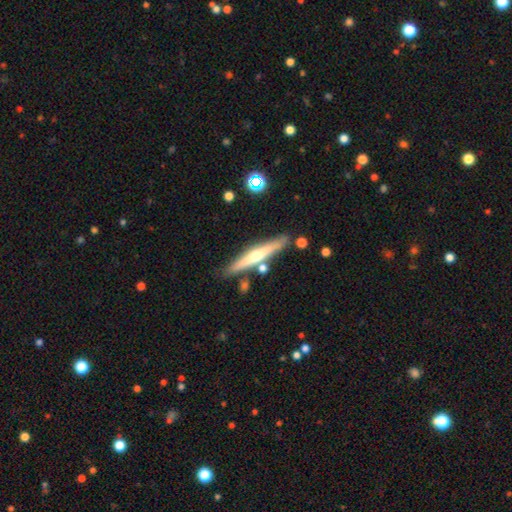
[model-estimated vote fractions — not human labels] A featured or disk galaxy (61%) viewed edge-on (95%) with a rounded central bulge (81%).

Vote fractions:
- Smooth or featured? featured or disk: 61% / smooth: 33% / star or artifact: 6%
- Edge-on disk? yes: 95% / no: 5%
- Edge-on bulge? rounded: 81% / none: 15% / boxy: 4%
- Merging? none: 82% / minor disturbance: 10% / merger: 6% / major disturbance: 2%